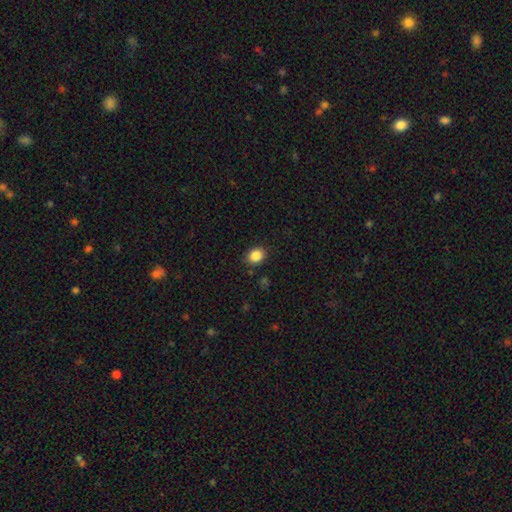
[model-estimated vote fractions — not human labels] Smooth or featured: smooth — 86% (star or artifact — 10%)
How rounded: round — 57% (in between — 42%)
Merging: none — 88% (minor disturbance — 8%)